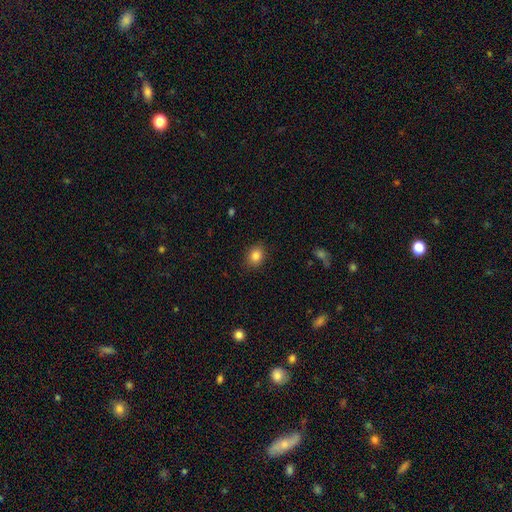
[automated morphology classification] smooth 84%, star or artifact 10%, featured or disk 6%. Down the decision tree: how rounded — round (55%); merging — none (88%).